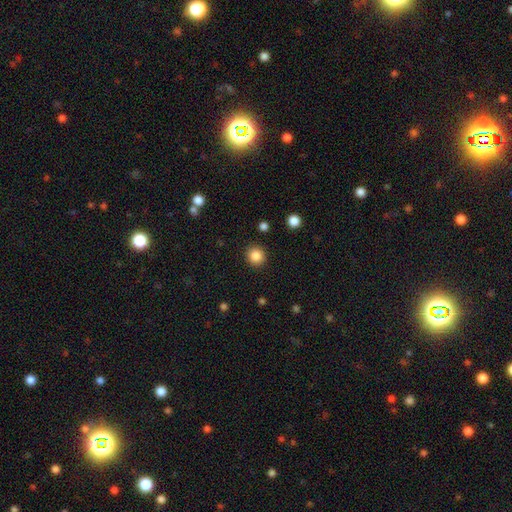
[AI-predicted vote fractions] Smooth or featured? Predicted: smooth (p=0.86). How rounded? Predicted: round (p=0.92). Merging? Predicted: none (p=0.91).